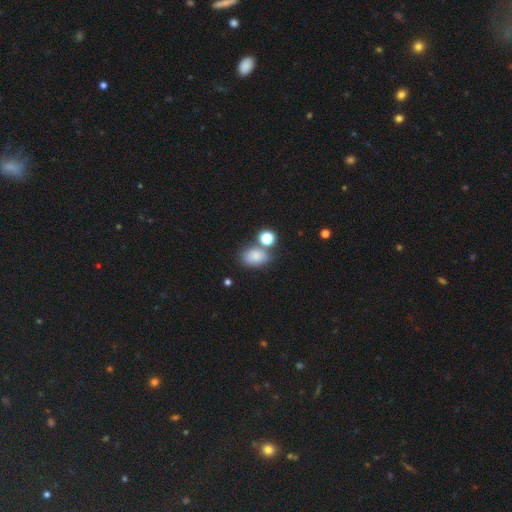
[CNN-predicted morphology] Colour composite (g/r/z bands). It shows a smooth galaxy with no disk features (79%) that is in between round and cigar-shaped (75%). Merging: none (58%).